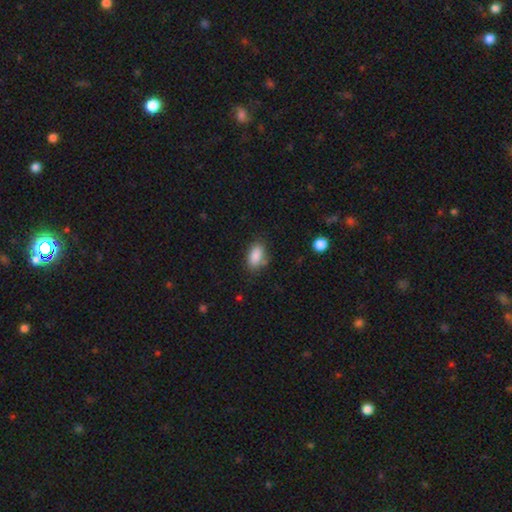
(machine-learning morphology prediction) Q: Smooth or featured?
A: smooth (87%); runner-up: star or artifact (8%)
Q: How rounded?
A: in between (91%); runner-up: round (5%)
Q: Merging?
A: none (73%); runner-up: minor disturbance (18%)